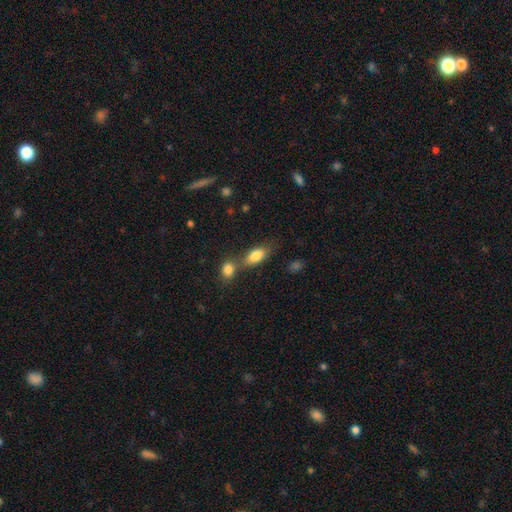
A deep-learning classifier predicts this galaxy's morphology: The model was most divided on "merging": none: 44%, merger: 40%, minor disturbance: 12%, major disturbance: 4%. More confident: how rounded — in between (83%); smooth or featured — smooth (82%).